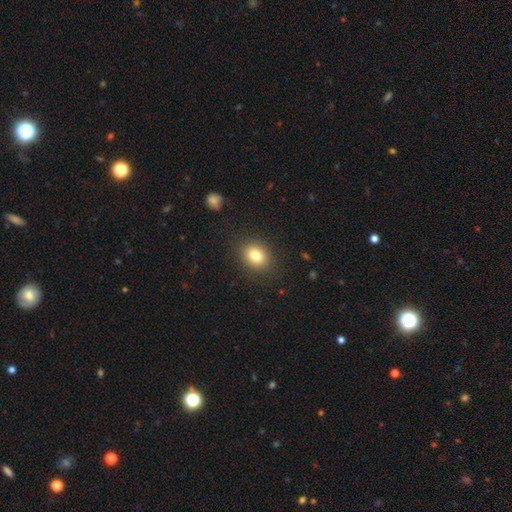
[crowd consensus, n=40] Volunteers were most divided on "how rounded": in between: 64%, round: 36%, cigar-shaped: 0%. More confident: merging — none (95%); smooth or featured — smooth (82%).